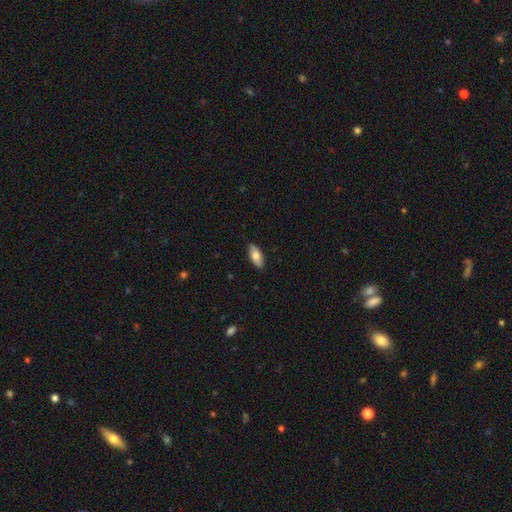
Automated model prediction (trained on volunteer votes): Smooth or featured?
  - smooth: 76% *
  - featured or disk: 19%
  - star or artifact: 6%
How rounded?
  - in between: 86% *
  - cigar-shaped: 12%
  - round: 2%
Merging?
  - none: 88% *
  - minor disturbance: 10%
  - major disturbance: 2%
  - merger: 1%